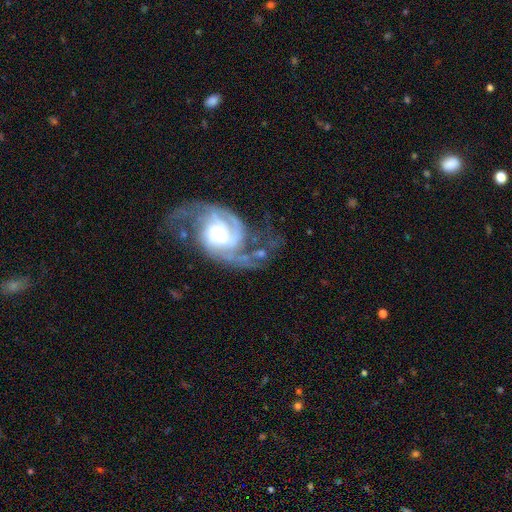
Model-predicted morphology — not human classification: featured or disk 90%, star or artifact 5%, smooth 5%. Down the decision tree: edge-on disk — no (98%); bar — no (49%); spiral arms — yes (98%); spiral arm count — 2 (71%); spiral winding — medium (50%); bulge size — moderate (54%); merging — none (56%).